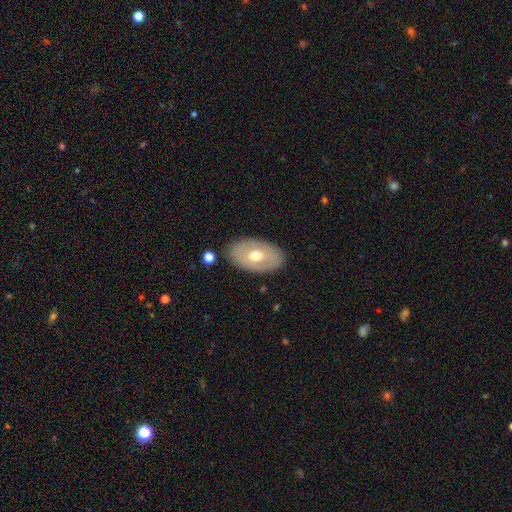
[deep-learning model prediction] smooth_or_featured: smooth (p=0.53) [alt: featured or disk p=0.41]
how_rounded: in between (p=0.89) [alt: round p=0.09]
merging: none (p=0.85) [alt: minor disturbance p=0.10]